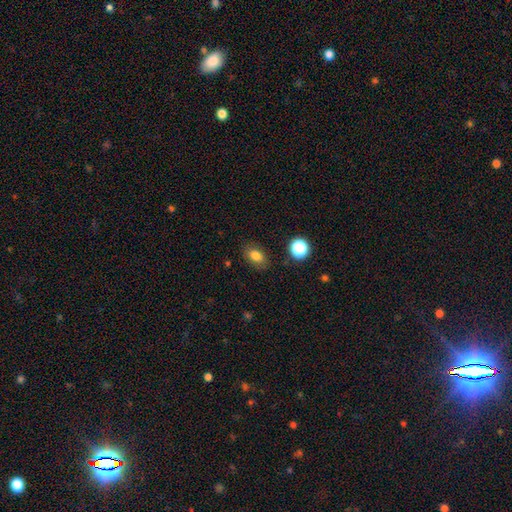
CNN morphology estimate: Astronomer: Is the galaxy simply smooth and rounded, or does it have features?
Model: smooth — 80%.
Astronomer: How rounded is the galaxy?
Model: in between — 80%.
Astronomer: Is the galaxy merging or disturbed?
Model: none — 82%.